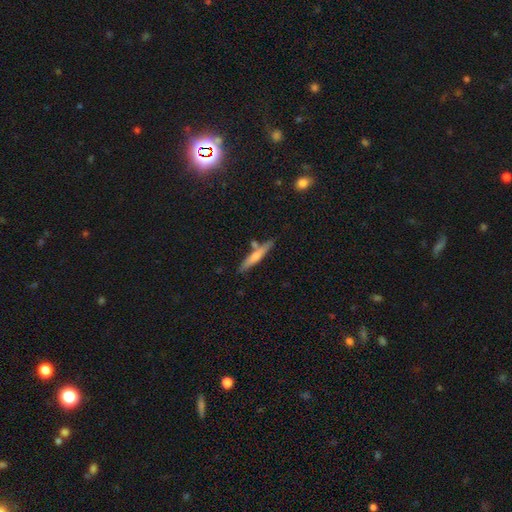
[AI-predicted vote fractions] Smooth or featured? smooth (57%)
How rounded? cigar-shaped (92%)
Merging? none (75%)